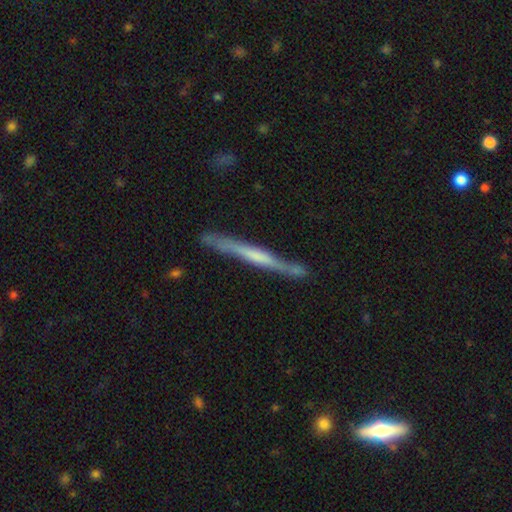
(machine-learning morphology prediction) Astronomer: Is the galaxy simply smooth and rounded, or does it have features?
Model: featured or disk — 63%.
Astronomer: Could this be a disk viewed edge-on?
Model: yes — 94%.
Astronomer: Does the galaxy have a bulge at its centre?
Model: none — 51%.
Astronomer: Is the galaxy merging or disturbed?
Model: none — 73%.